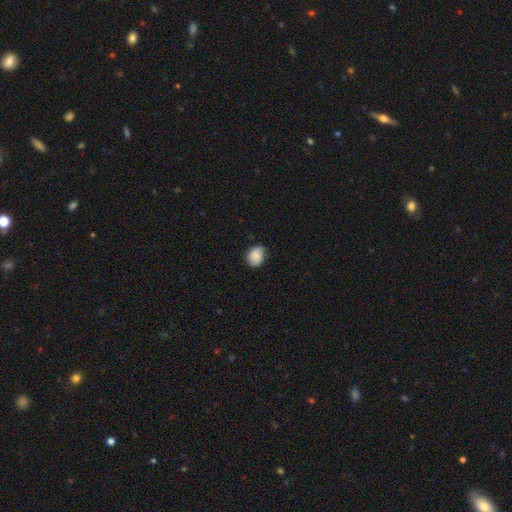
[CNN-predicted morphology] A smooth galaxy with no disk features (81%) that is round (51%).

Vote fractions:
- Smooth or featured? smooth: 81% / featured or disk: 11% / star or artifact: 8%
- How rounded? round: 51% / in between: 48% / cigar-shaped: 1%
- Merging? none: 64% / minor disturbance: 29% / major disturbance: 5% / merger: 1%